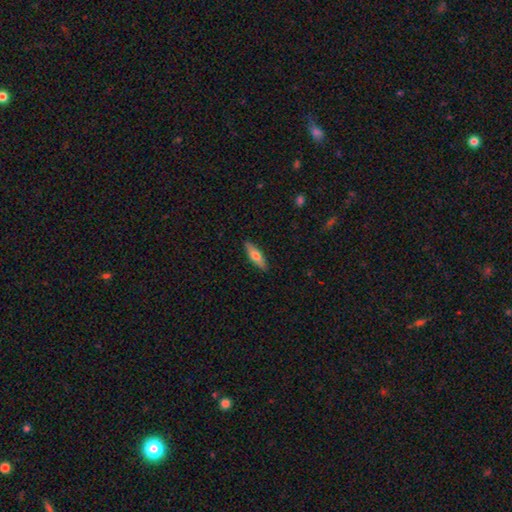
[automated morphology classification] A smooth galaxy with no disk features (60%) that is cigar-shaped (58%).

Vote fractions:
- Smooth or featured? smooth: 60% / featured or disk: 34% / star or artifact: 6%
- How rounded? cigar-shaped: 58% / in between: 40% / round: 2%
- Merging? none: 89% / minor disturbance: 8% / major disturbance: 2% / merger: 1%